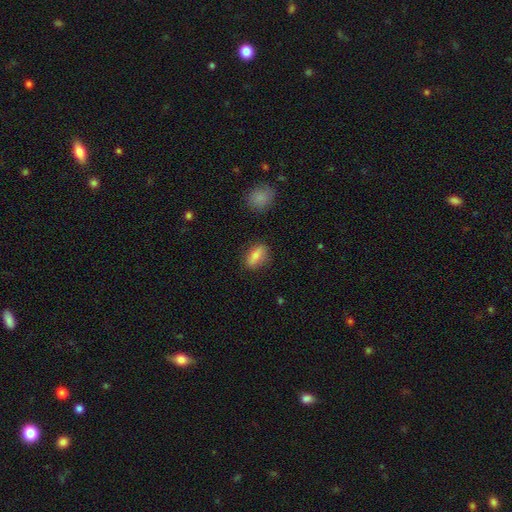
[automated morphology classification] Smooth or featured? Predicted: smooth (p=0.79). How rounded? Predicted: in between (p=0.79). Merging? Predicted: none (p=0.82).